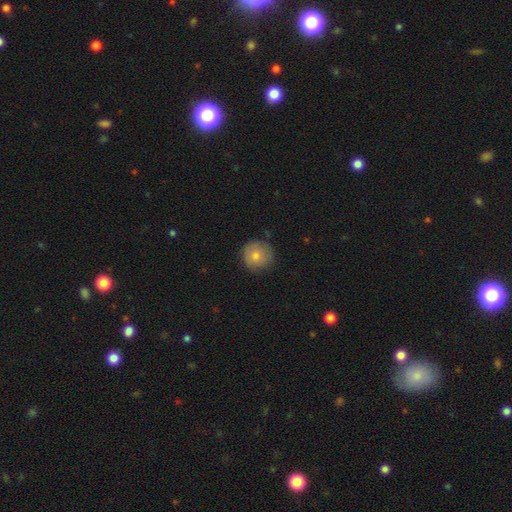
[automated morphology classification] A smooth galaxy with no disk features (75%) that is round (94%).

Vote fractions:
- Smooth or featured? smooth: 75% / featured or disk: 17% / star or artifact: 8%
- How rounded? round: 94% / in between: 5% / cigar-shaped: 1%
- Merging? none: 82% / minor disturbance: 14% / major disturbance: 3% / merger: 1%